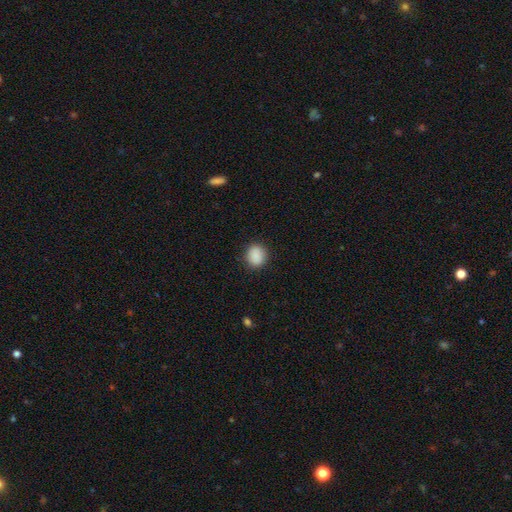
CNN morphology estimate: Overall: smooth (89%). How rounded: round (68%; in between 31%). Merging: none (87%).